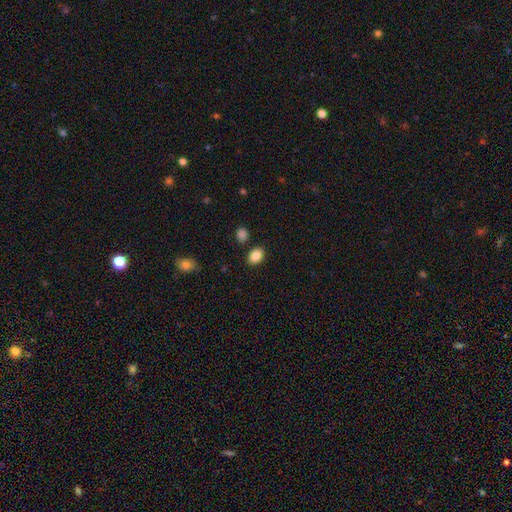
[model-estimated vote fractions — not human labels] This appears to be a smooth galaxy with no disk features (87%) that is in between round and cigar-shaped (74%). Merging: none (84%).